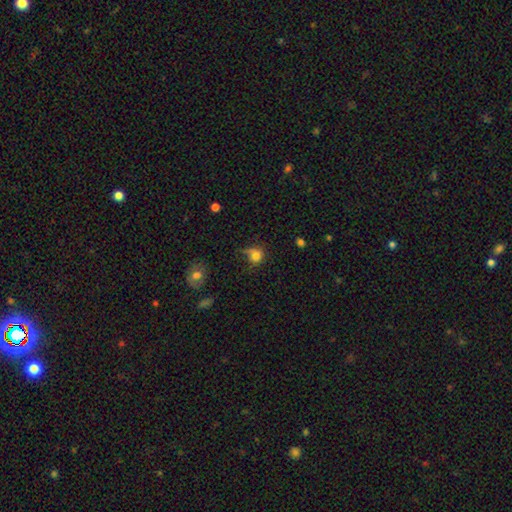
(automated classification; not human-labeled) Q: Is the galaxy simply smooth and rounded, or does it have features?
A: smooth — 79%.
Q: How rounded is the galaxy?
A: round — 78%.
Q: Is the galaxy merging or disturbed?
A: none — 45%.